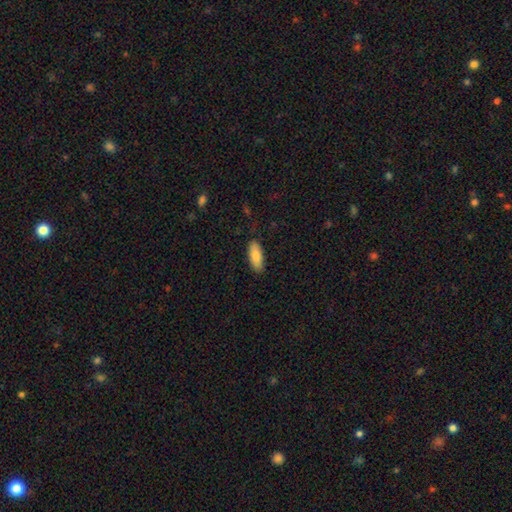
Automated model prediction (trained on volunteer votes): A smooth galaxy with no disk features (86%) that is in between round and cigar-shaped (79%). Merging: none (86%).